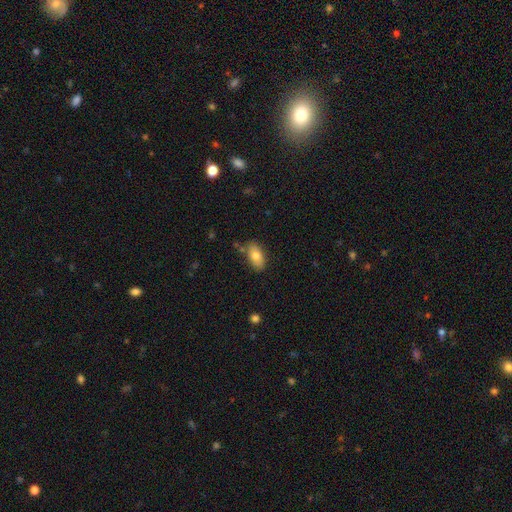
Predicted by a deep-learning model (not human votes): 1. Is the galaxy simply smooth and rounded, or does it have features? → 78% smooth, 15% featured or disk, 7% star or artifact.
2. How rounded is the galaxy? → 90% in between, 5% round, 5% cigar-shaped.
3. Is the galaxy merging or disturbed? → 79% none, 14% minor disturbance, 4% merger, 3% major disturbance.